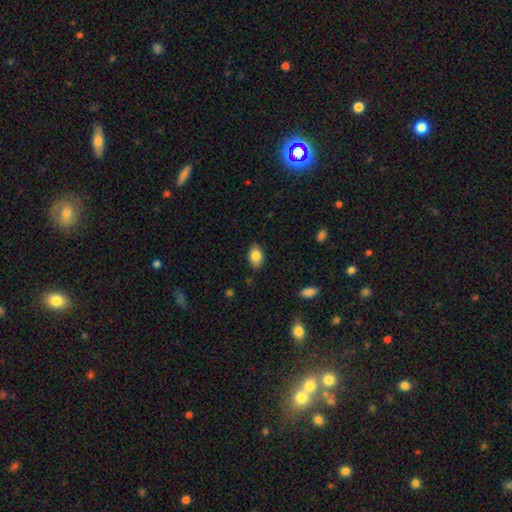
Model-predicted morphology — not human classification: smooth-or-featured: smooth: 83% | featured or disk: 10% | star or artifact: 7%
  how-rounded: in between: 90% | round: 9% | cigar-shaped: 1%
  merging: none: 84% | minor disturbance: 13% | major disturbance: 2% | merger: 1%